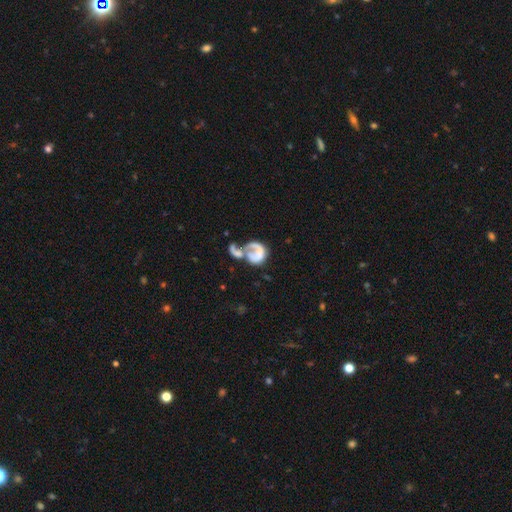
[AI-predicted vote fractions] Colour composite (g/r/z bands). It shows a featured or disk galaxy (57%) with no bar (84%), no spiral arms (58%) and no central bulge (63%). Merging: merger (40%).